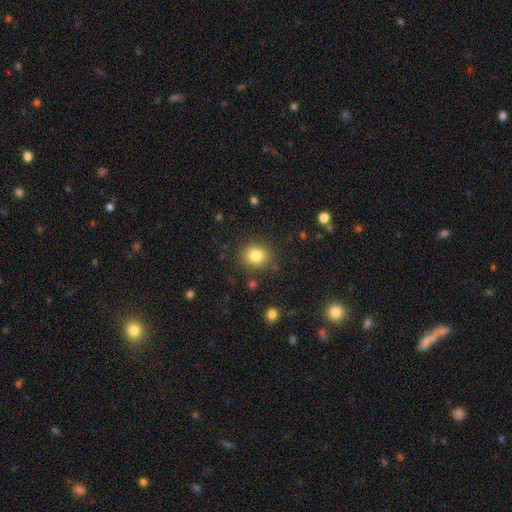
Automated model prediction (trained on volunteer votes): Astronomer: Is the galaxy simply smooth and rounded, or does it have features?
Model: smooth — 81%.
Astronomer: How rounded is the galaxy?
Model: round — 77%.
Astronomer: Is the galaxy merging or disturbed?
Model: none — 85%.